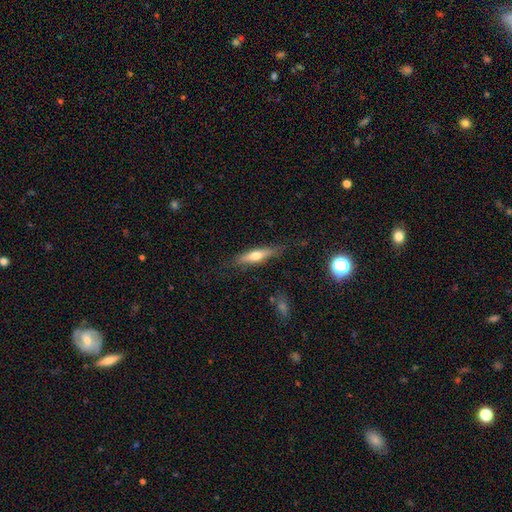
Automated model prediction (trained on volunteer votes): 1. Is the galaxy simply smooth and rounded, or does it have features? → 53% smooth, 41% featured or disk, 6% star or artifact.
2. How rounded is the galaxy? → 77% cigar-shaped, 21% in between, 2% round.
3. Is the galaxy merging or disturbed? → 79% none, 16% minor disturbance, 4% major disturbance, 1% merger.